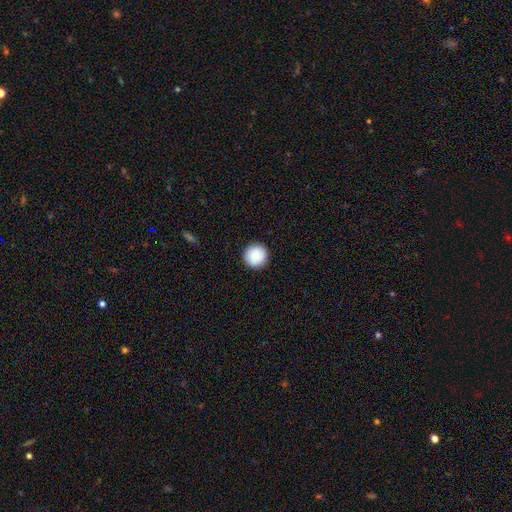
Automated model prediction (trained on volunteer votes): Overall: smooth (89%). How rounded: round (97%). Merging: none (93%).